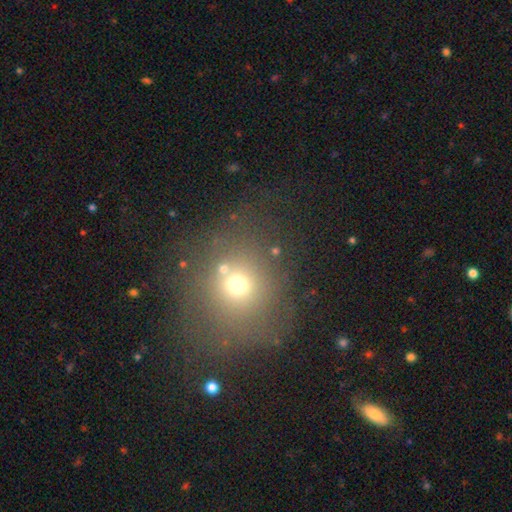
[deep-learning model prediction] Overall: smooth (56%; star or artifact 32%). How rounded: round (82%). Merging: none (70%).